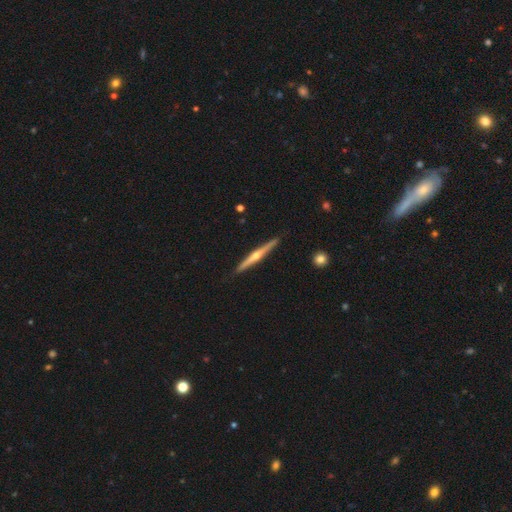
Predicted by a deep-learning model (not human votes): Morphology: type=featured or disk (78%); edge-on=yes (98%); edge-on bulge=rounded (89%); merging=none (91%).